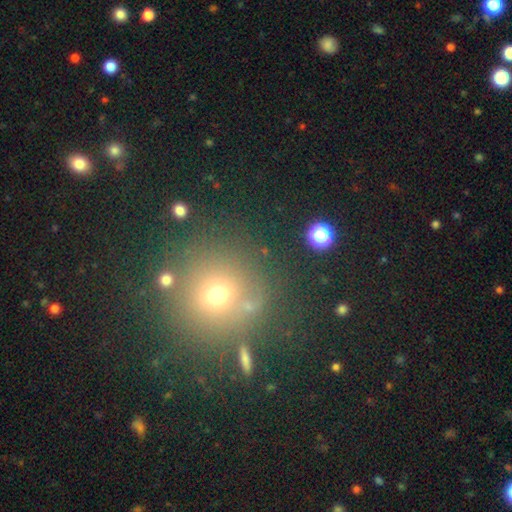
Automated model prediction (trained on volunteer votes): The model was most divided on "smooth or featured": smooth: 54%, star or artifact: 34%, featured or disk: 11%. More confident: how rounded — round (91%); merging — none (81%).